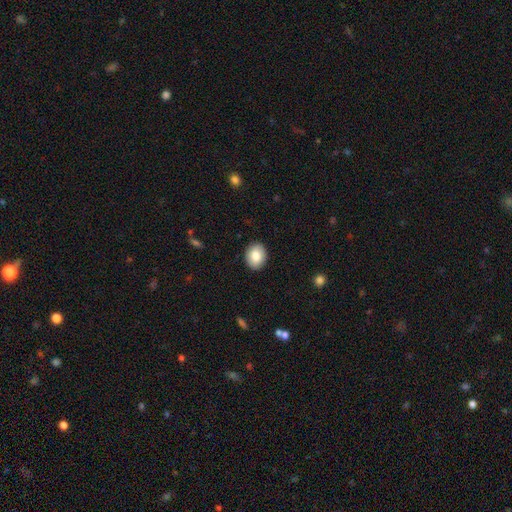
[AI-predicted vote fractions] This appears to be a smooth galaxy with no disk features (83%) that is in between round and cigar-shaped (58%). Merging: none (90%).